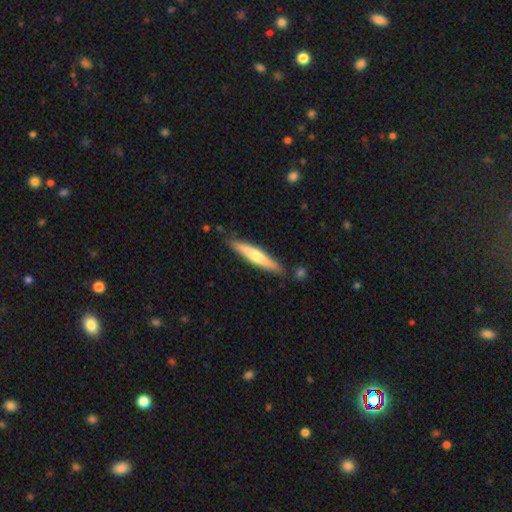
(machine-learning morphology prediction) This is possibly a smooth galaxy (52%). How rounded: clearly cigar-shaped (91%). Merging: clearly none (85%).